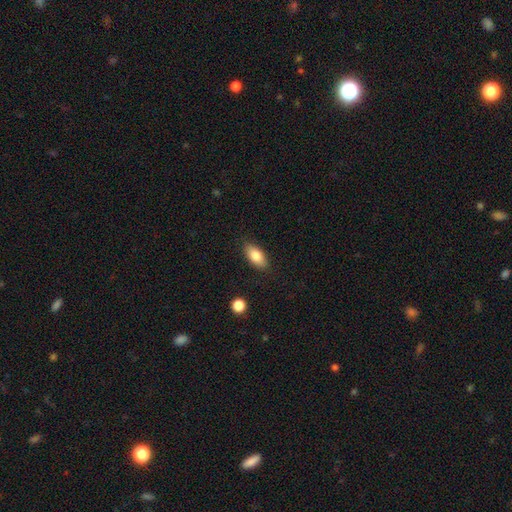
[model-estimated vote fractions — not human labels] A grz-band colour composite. It shows a smooth galaxy with no disk features (82%) that is in between round and cigar-shaped (87%). Merging: none (86%).